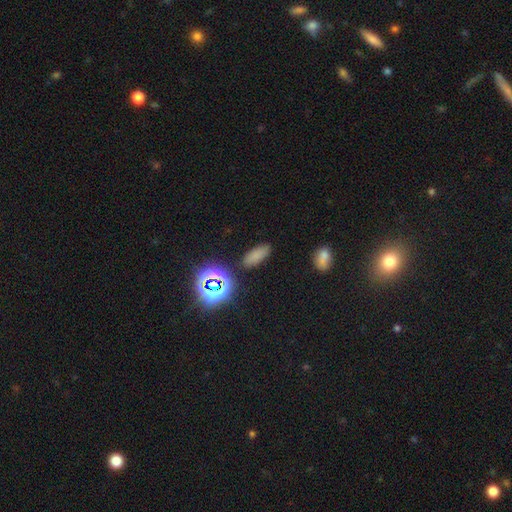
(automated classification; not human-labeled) Smooth or featured?
  - smooth: 72% *
  - star or artifact: 20%
  - featured or disk: 7%
How rounded?
  - in between: 78% *
  - cigar-shaped: 16%
  - round: 6%
Merging?
  - none: 83% *
  - minor disturbance: 11%
  - major disturbance: 3%
  - merger: 3%